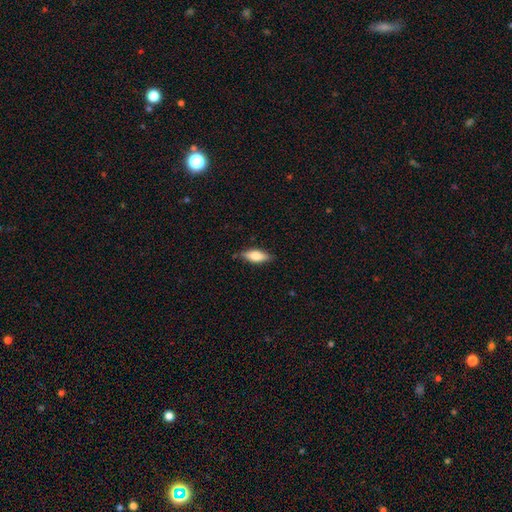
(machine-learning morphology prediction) A smooth galaxy with no disk features (66%) that is in between round and cigar-shaped (69%). Merging: none (80%).